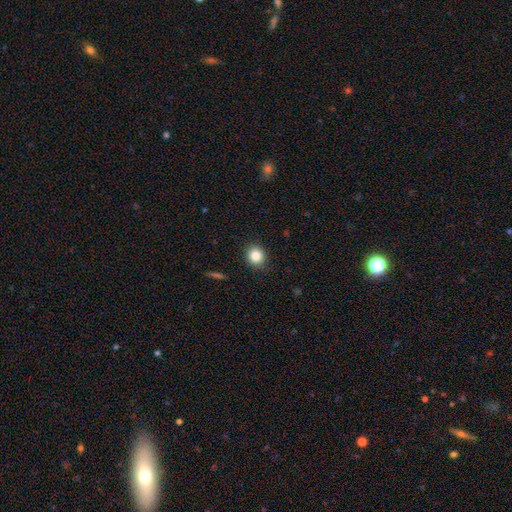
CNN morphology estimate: This appears to be a smooth galaxy with no disk features (85%) that is round (80%). Merging: none (90%).